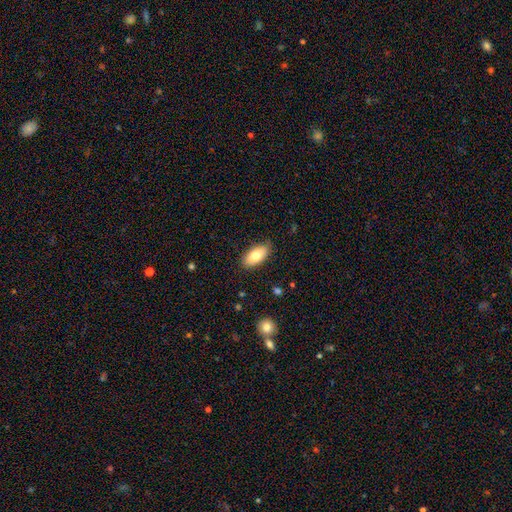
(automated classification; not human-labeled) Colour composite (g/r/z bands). It shows a smooth galaxy with no disk features (76%) that is in between round and cigar-shaped (92%). Merging: none (84%).